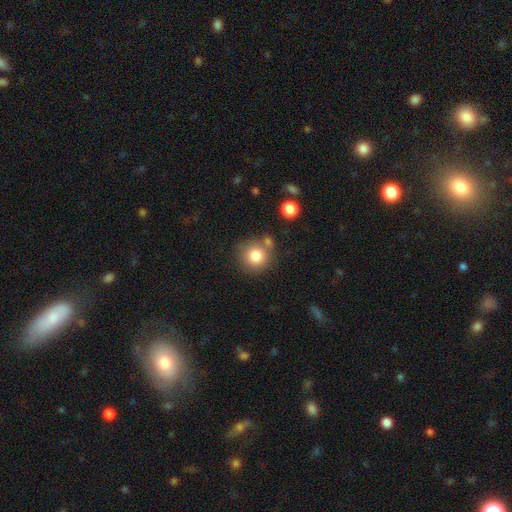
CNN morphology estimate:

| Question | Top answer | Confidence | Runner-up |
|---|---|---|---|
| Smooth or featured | smooth | 81% | star or artifact (10%) |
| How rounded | round | 92% | in between (7%) |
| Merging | none | 68% | merger (16%) |